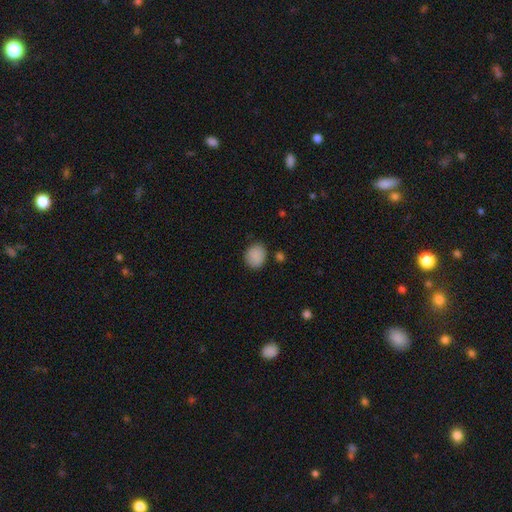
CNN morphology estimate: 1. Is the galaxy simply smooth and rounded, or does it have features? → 88% smooth, 9% star or artifact, 3% featured or disk.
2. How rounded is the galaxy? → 70% round, 29% in between, 1% cigar-shaped.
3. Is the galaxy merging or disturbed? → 83% none, 11% minor disturbance, 3% major disturbance, 3% merger.